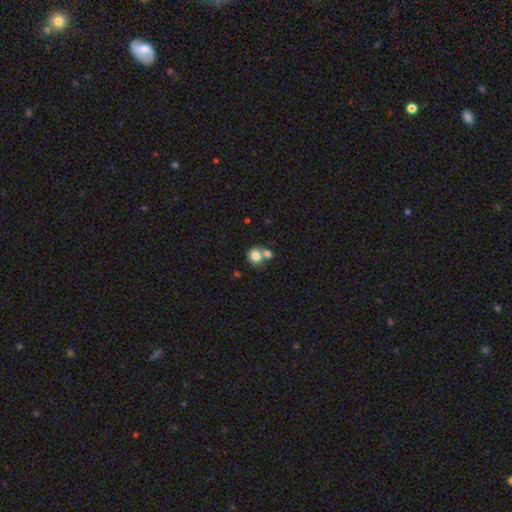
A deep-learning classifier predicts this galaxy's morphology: smooth 80%, featured or disk 10%, star or artifact 10%. Down the decision tree: how rounded — round (82%); merging — none (46%).